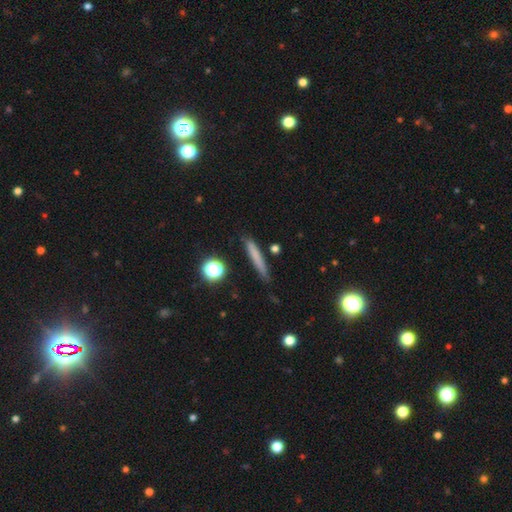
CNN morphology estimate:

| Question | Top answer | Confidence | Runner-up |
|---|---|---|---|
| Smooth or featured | smooth | 68% | featured or disk (22%) |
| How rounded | cigar-shaped | 93% | in between (4%) |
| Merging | none | 82% | minor disturbance (13%) |